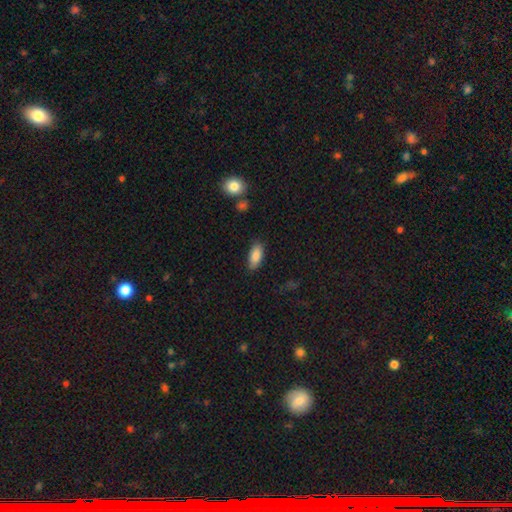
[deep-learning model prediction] This is clearly a smooth galaxy (87%). How rounded: clearly in between (86%). Merging: clearly none (83%).